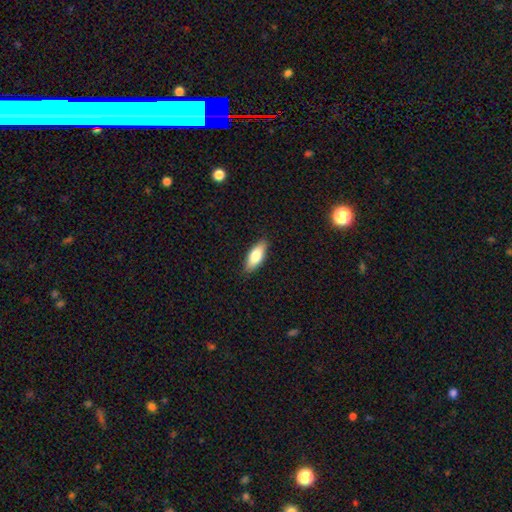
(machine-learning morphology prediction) This appears to be a smooth galaxy with no disk features (76%) that is in between round and cigar-shaped (75%). Merging: none (87%).